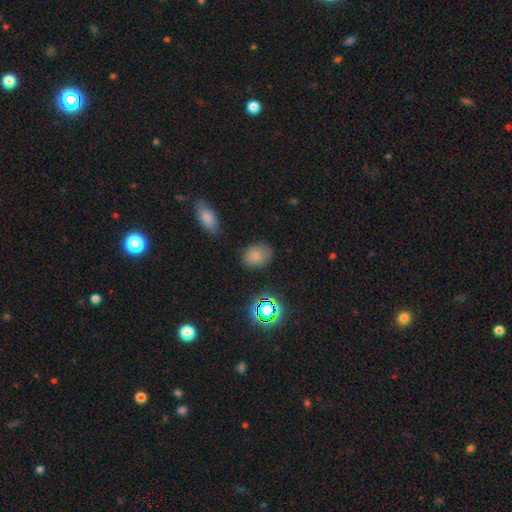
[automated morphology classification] This appears to be a smooth galaxy with no disk features (78%) that is in between round and cigar-shaped (61%). Merging: none (78%).